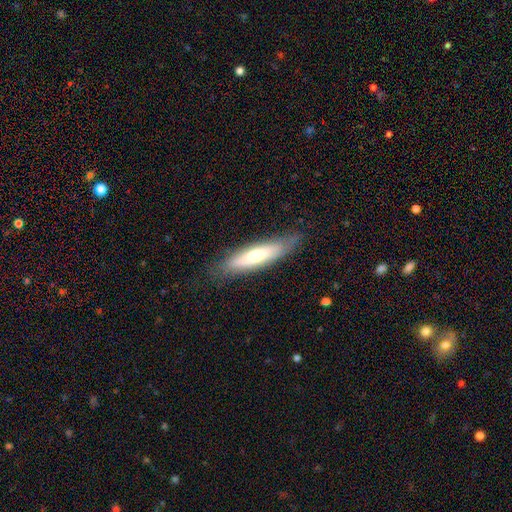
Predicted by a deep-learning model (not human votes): The model was most divided on "smooth or featured": smooth: 56%, featured or disk: 38%, star or artifact: 6%. More confident: merging — none (79%); how rounded — cigar-shaped (70%).